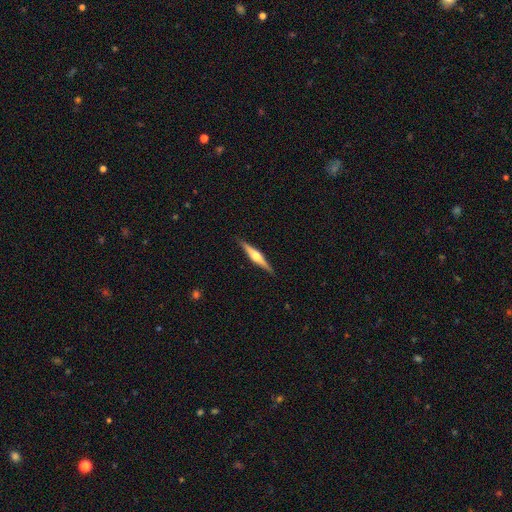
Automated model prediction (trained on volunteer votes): Morphology: type=featured or disk (74%); edge-on=yes (98%); edge-on bulge=rounded (92%); merging=none (91%).